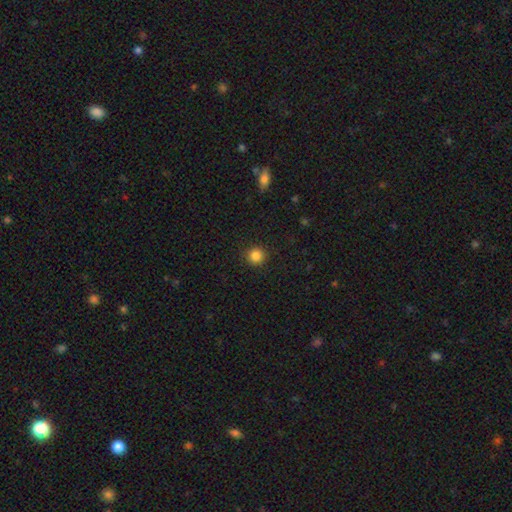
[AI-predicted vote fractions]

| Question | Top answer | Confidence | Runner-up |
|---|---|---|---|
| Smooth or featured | smooth | 85% | star or artifact (11%) |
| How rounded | round | 95% | in between (5%) |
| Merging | none | 92% | minor disturbance (5%) |